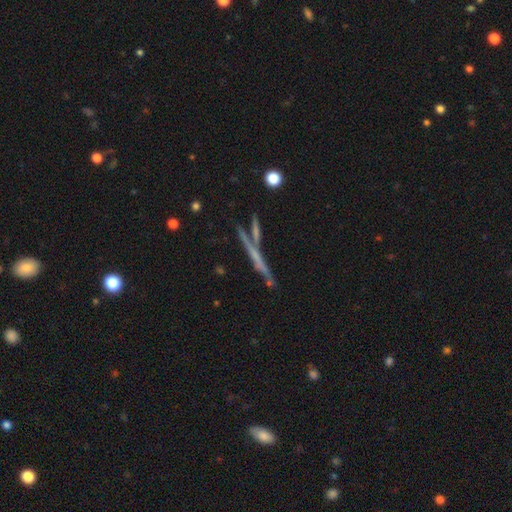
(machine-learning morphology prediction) smooth_or_featured: featured or disk (p=0.57) [alt: smooth p=0.31]
disk_edge_on: yes (p=0.93) [alt: no p=0.07]
edge_on_bulge: none (p=0.80) [alt: rounded p=0.13]
merging: none (p=0.70) [alt: merger p=0.14]